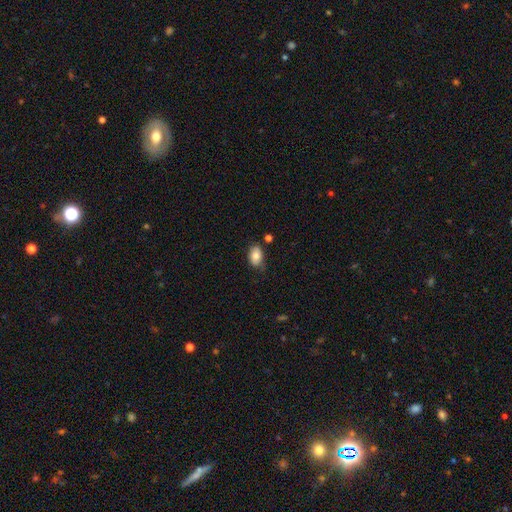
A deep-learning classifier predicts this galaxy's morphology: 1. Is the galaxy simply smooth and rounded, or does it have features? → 82% smooth, 10% featured or disk, 8% star or artifact.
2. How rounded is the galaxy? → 89% in between, 10% round, 1% cigar-shaped.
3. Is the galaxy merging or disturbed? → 70% none, 21% minor disturbance, 4% major disturbance, 4% merger.